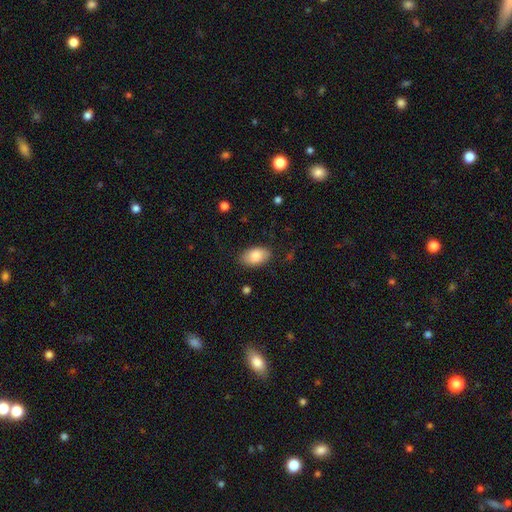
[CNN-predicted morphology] The model was most divided on "merging": none: 85%, minor disturbance: 12%, major disturbance: 3%, merger: 1%. More confident: how rounded — in between (92%); smooth or featured — smooth (84%).